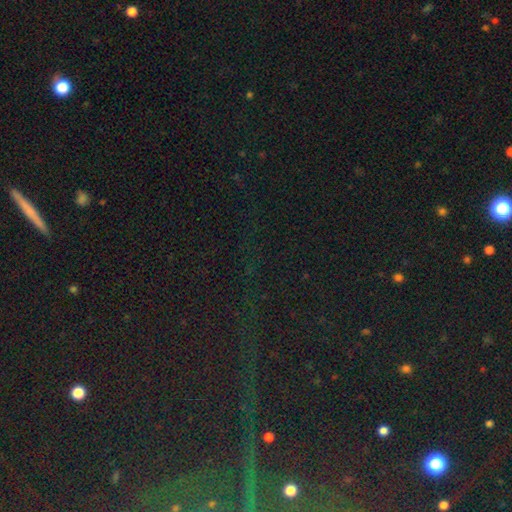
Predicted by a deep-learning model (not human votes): Smooth or featured: star or artifact — 84% (smooth — 9%)